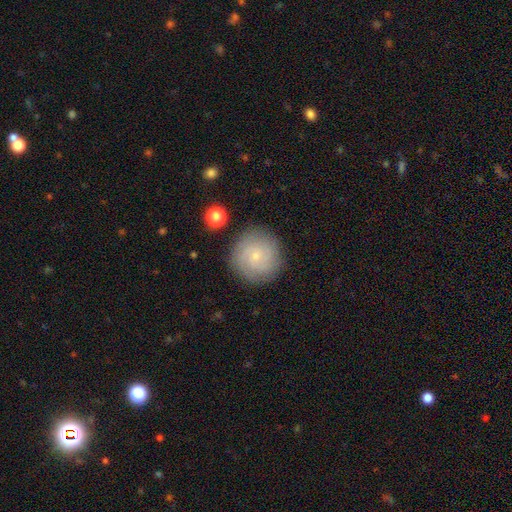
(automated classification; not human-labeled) Smooth or featured?
  - smooth: 46% *
  - featured or disk: 44%
  - star or artifact: 11%
Merging?
  - none: 86% *
  - minor disturbance: 9%
  - major disturbance: 3%
  - merger: 1%